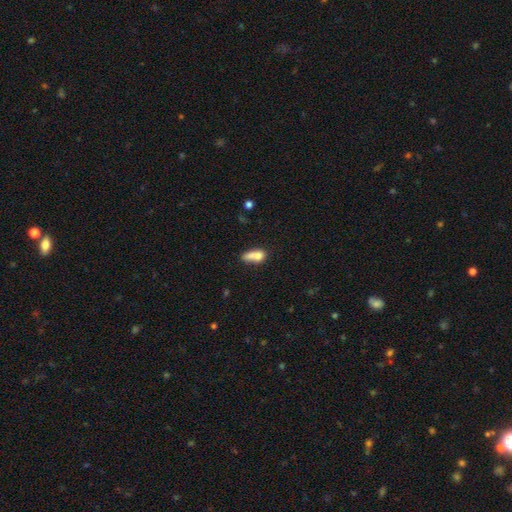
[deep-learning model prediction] This appears to be a smooth galaxy with no disk features (73%) that is in between round and cigar-shaped (71%). Merging: merger (35%).